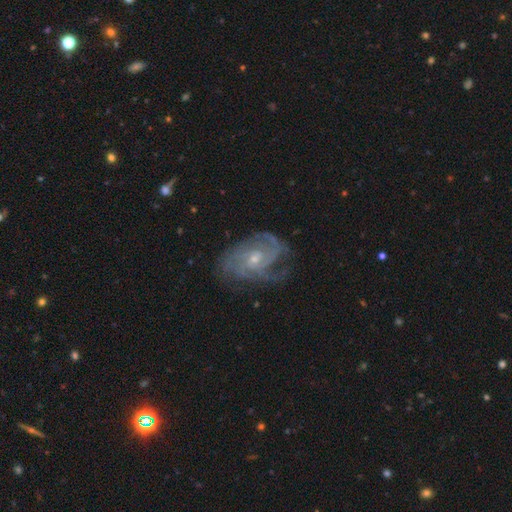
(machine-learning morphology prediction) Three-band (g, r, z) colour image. It shows a featured or disk galaxy (79%) with no bar (64%), tight (47%) spiral arms (94%) and a small central bulge (54%). Merging: none (69%).